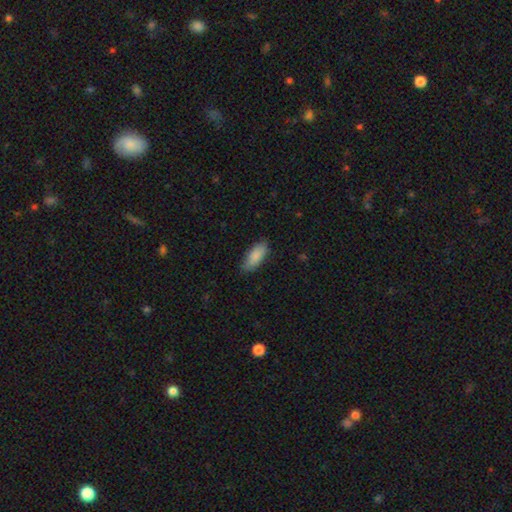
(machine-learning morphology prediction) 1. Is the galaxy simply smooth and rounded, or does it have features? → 86% smooth, 8% featured or disk, 6% star or artifact.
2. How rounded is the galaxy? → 80% in between, 18% cigar-shaped, 2% round.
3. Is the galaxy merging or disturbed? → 79% none, 17% minor disturbance, 3% major disturbance, 1% merger.